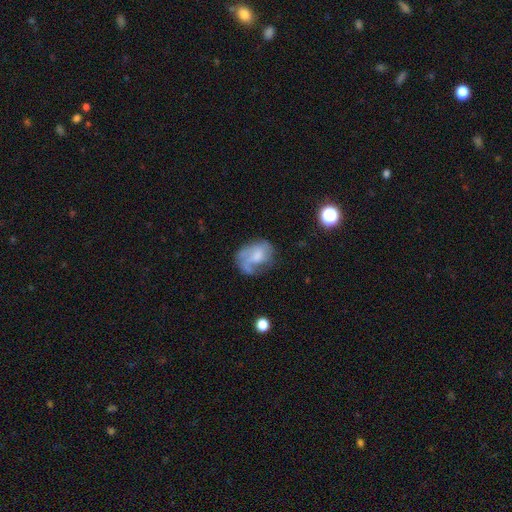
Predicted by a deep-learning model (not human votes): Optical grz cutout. It shows a featured or disk galaxy (47%). Merging: none (40%).